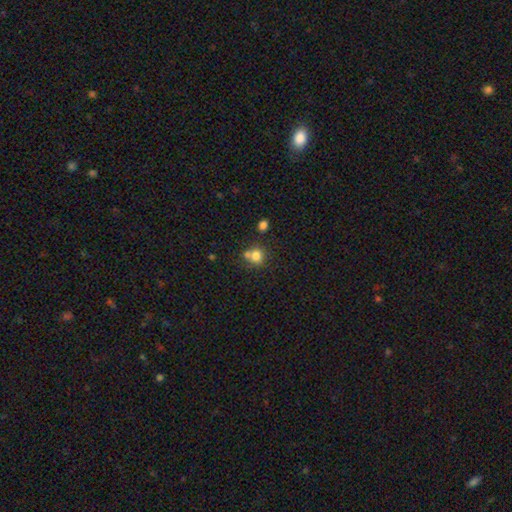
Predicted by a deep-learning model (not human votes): Q: Smooth or featured?
A: smooth (76%); runner-up: star or artifact (12%)
Q: How rounded?
A: round (76%); runner-up: in between (23%)
Q: Merging?
A: none (49%); runner-up: merger (35%)